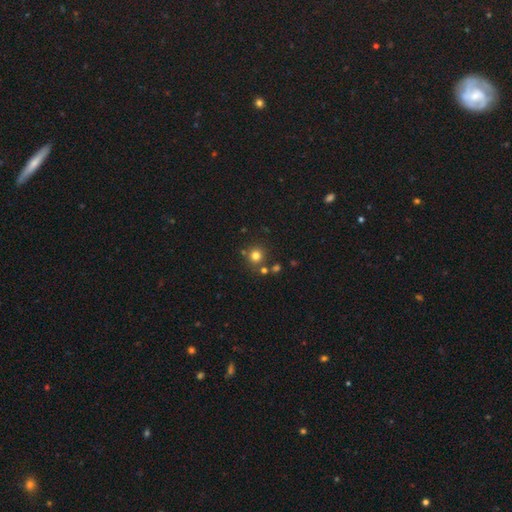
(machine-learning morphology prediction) Overall: smooth (77%). How rounded: round (92%). Merging: none (78%).